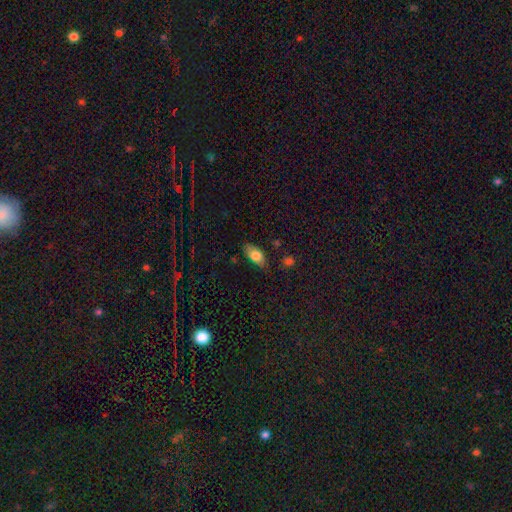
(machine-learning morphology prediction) Smooth or featured? Predicted: smooth (p=0.78). How rounded? Predicted: in between (p=0.88). Merging? Predicted: none (p=0.72).